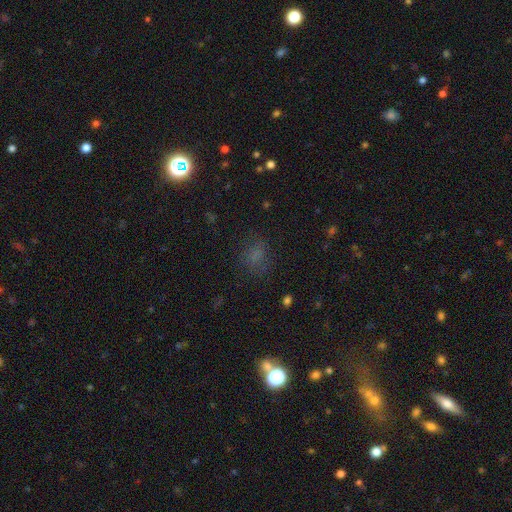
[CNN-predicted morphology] This is likely a smooth galaxy (62%). How rounded: possibly round (52%). Merging: likely none (70%).